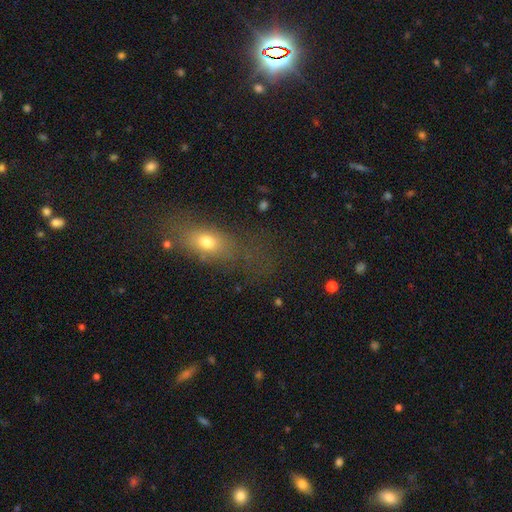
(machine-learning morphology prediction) The model was most divided on "smooth or featured": smooth: 53%, star or artifact: 28%, featured or disk: 19%. More confident: merging — none (67%); how rounded — in between (55%).